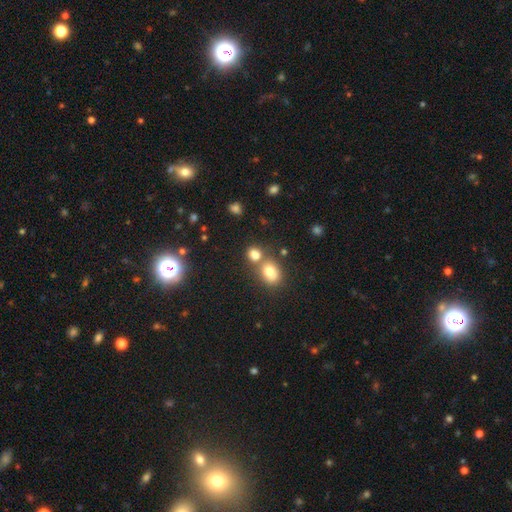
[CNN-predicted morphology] Overall: smooth (76%). How rounded: round (59%; in between 39%). Merging: none (51%; merger 36%).